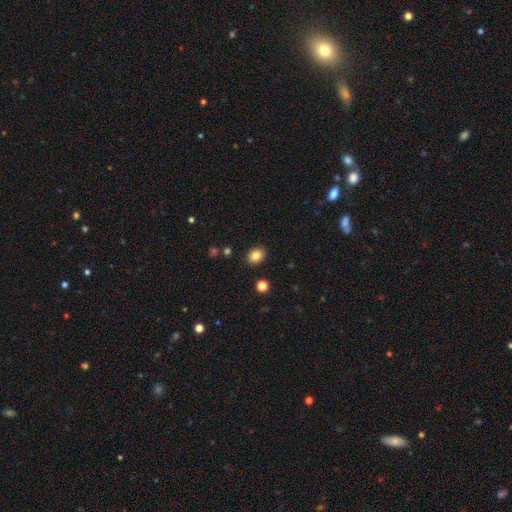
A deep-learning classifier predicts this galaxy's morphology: Q: Smooth or featured?
A: smooth (83%); runner-up: star or artifact (11%)
Q: How rounded?
A: round (51%); runner-up: in between (48%)
Q: Merging?
A: none (90%); runner-up: minor disturbance (7%)